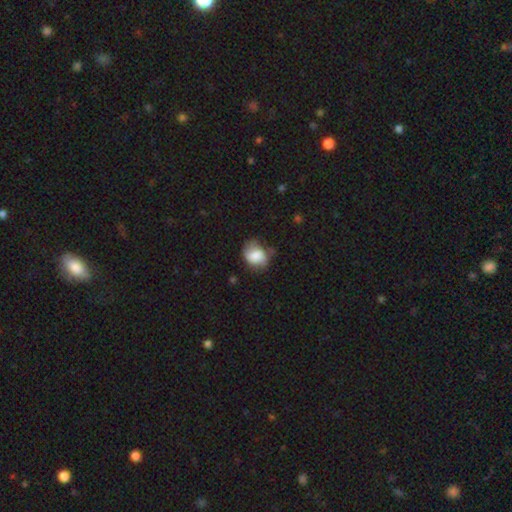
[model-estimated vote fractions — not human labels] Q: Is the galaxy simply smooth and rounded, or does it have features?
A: smooth — 68%.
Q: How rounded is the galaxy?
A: round — 50%.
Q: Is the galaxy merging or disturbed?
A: none — 49%.